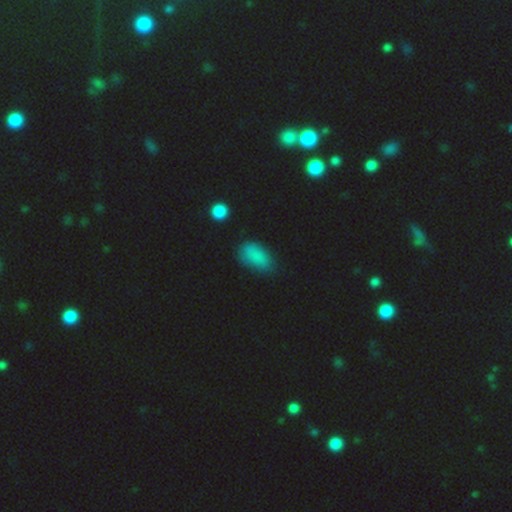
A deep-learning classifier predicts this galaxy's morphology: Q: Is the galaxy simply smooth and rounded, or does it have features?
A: smooth — 80%.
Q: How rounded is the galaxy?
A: in between — 89%.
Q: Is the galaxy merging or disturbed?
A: none — 64%.